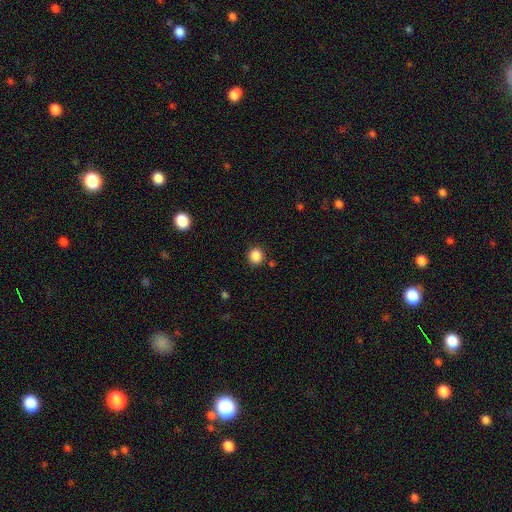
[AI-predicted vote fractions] Smooth or featured? Predicted: smooth (p=0.86). How rounded? Predicted: round (p=0.86). Merging? Predicted: none (p=0.87).